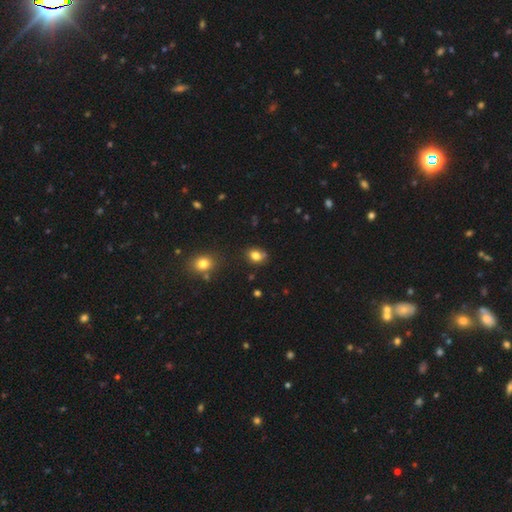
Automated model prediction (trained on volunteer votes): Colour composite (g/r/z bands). It shows a smooth galaxy with no disk features (80%) that is round (49%, tied with in between). Merging: none (67%).